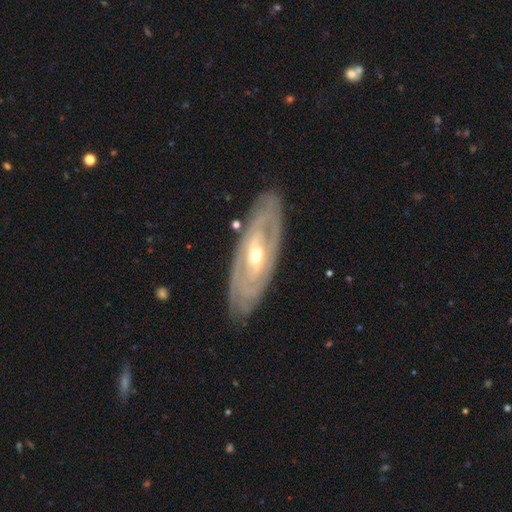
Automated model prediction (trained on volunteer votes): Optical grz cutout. It shows a featured or disk galaxy (84%) with no bar (47%), tight (74%) spiral arms (83%) and a moderate central bulge (49%). Merging: none (83%).